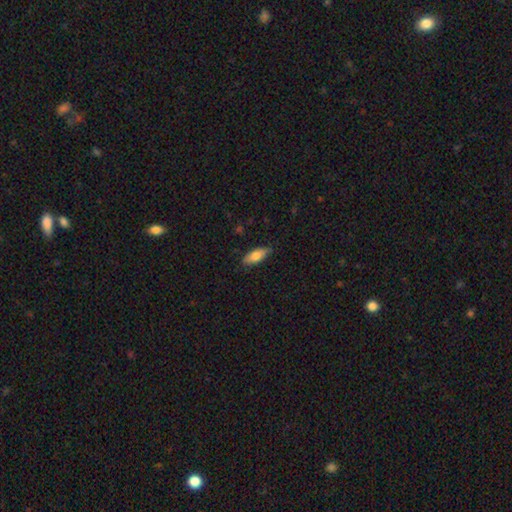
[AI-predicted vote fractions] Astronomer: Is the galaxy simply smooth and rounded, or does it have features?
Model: smooth — 77%.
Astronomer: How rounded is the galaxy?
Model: in between — 71%.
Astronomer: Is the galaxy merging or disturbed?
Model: none — 81%.